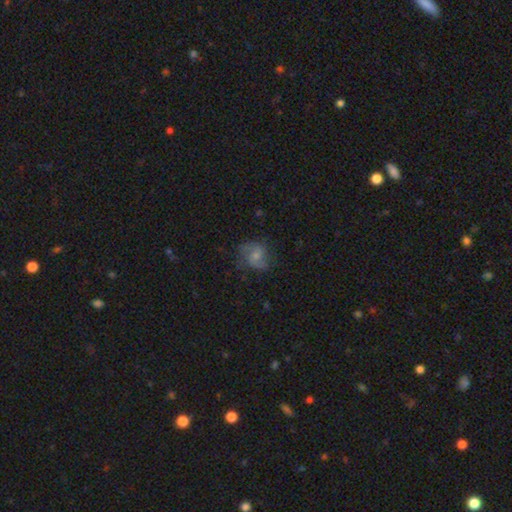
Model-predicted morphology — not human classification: Q: Smooth or featured?
A: smooth (51%); runner-up: featured or disk (40%)
Q: How rounded?
A: round (57%); runner-up: in between (41%)
Q: Merging?
A: none (58%); runner-up: minor disturbance (26%)